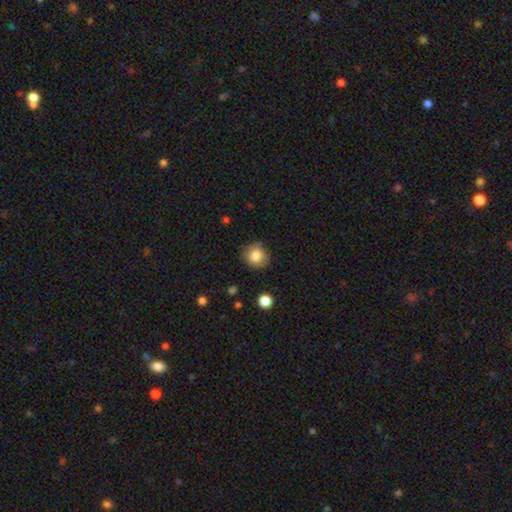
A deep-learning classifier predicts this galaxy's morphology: A smooth galaxy with no disk features (83%) that is round (85%). Merging: none (81%).